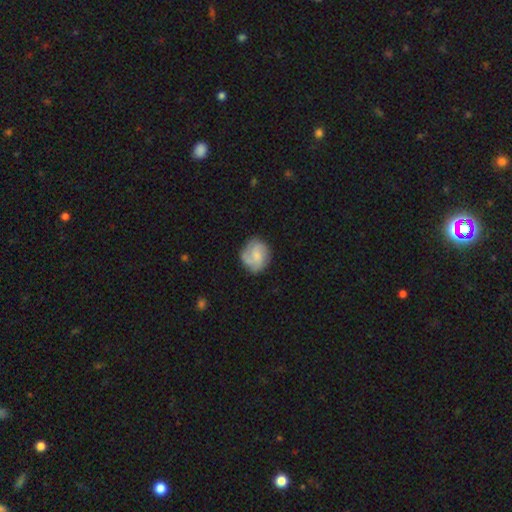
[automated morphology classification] The model was most divided on "spiral arm count": 3: 37%, 2: 31%, can't tell: 19%, 4: 5%, 1: 5%, more than 4: 3%. Remaining: edge-on disk — no (98%); spiral arms — yes (91%); merging — none (74%); smooth or featured — featured or disk (58%); bar — no (55%); spiral winding — medium (46%); bulge size — small (40%).